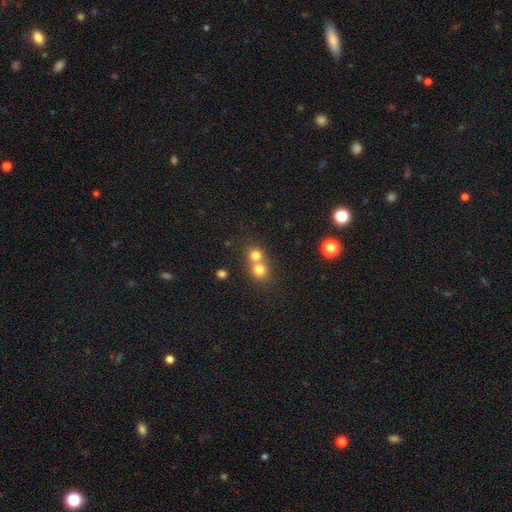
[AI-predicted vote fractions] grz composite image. It shows a smooth galaxy with no disk features (76%) that is round (85%). Merging: merger (56%).